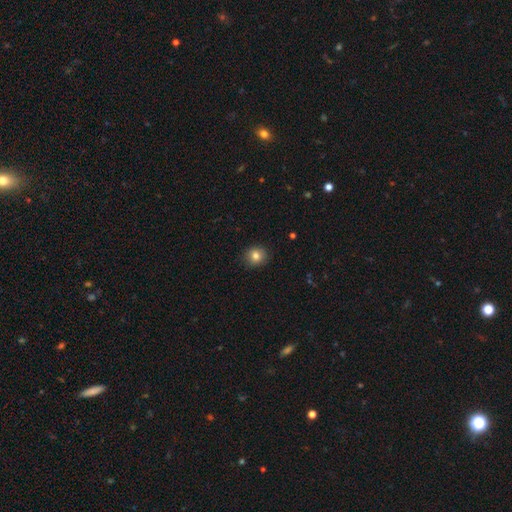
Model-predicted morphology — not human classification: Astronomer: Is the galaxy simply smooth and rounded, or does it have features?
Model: smooth — 82%.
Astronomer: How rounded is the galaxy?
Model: round — 85%.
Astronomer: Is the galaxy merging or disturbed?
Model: none — 89%.